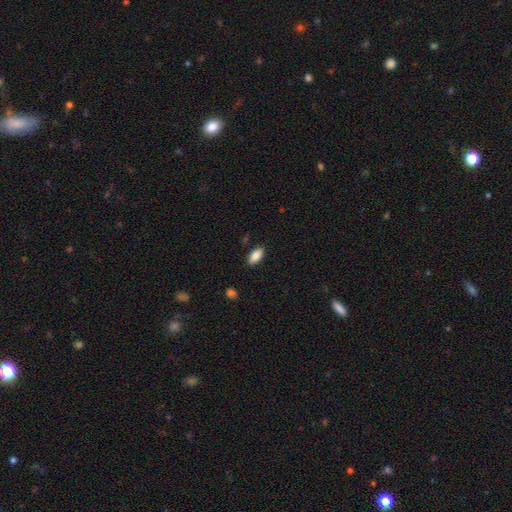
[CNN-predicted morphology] type=smooth (86%); roundness=in between (91%); merging=none (86%).